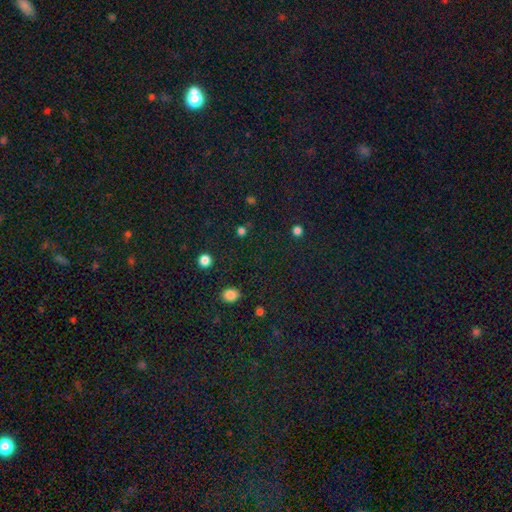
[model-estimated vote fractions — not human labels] Smooth or featured? star or artifact (76%)